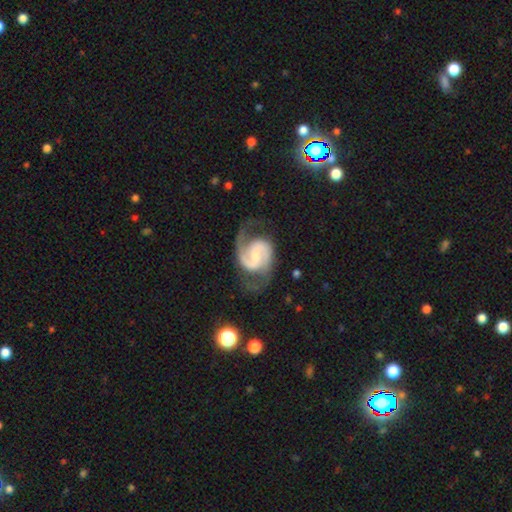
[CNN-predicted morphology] featured or disk 92%, smooth 4%, star or artifact 4%. Down the decision tree: edge-on disk — no (98%); bar — weak (48%); spiral arms — yes (98%); spiral arm count — 2 (93%); spiral winding — medium (59%); bulge size — small (52%); merging — none (70%).